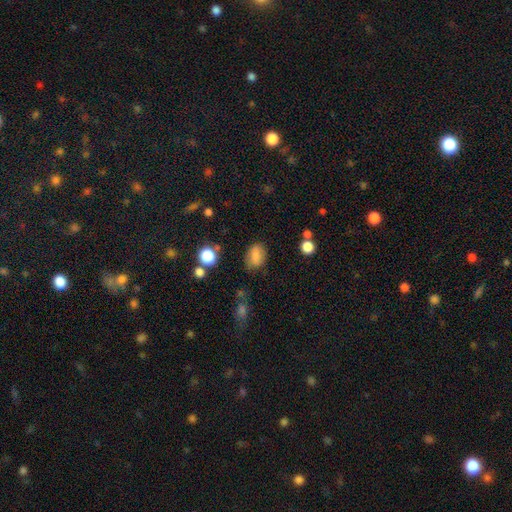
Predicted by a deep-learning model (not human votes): Smooth or featured?
  - smooth: 80% *
  - featured or disk: 10%
  - star or artifact: 10%
How rounded?
  - in between: 80% *
  - round: 18%
  - cigar-shaped: 2%
Merging?
  - none: 76% *
  - minor disturbance: 15%
  - major disturbance: 5%
  - merger: 3%